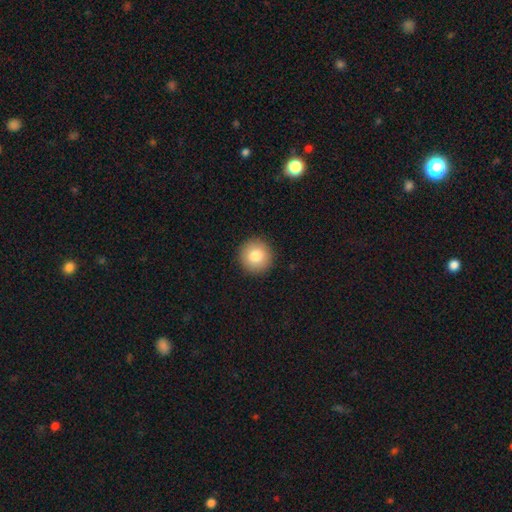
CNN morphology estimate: Overall: smooth (81%). How rounded: round (95%). Merging: none (93%).